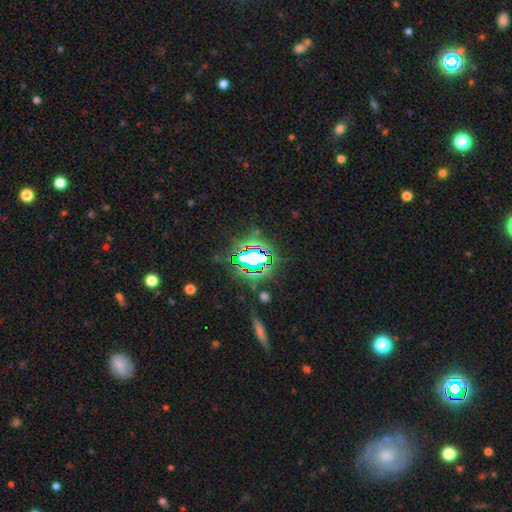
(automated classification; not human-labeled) A star or artifact, not a galaxy (76%).

Vote fractions:
- Smooth or featured? star or artifact: 76% / smooth: 14% / featured or disk: 10%